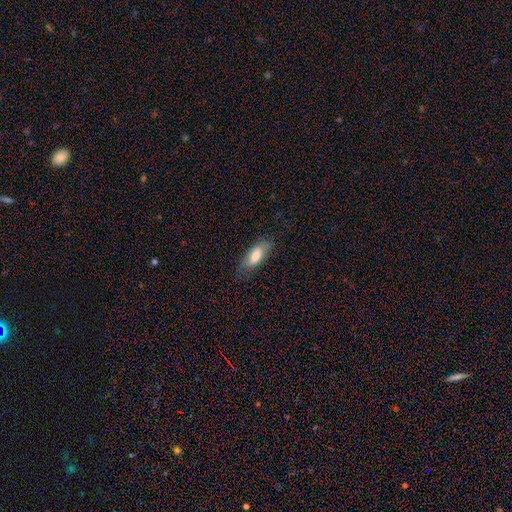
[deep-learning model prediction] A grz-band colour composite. It shows a smooth galaxy with no disk features (72%) that is in between round and cigar-shaped (75%). Merging: none (70%).